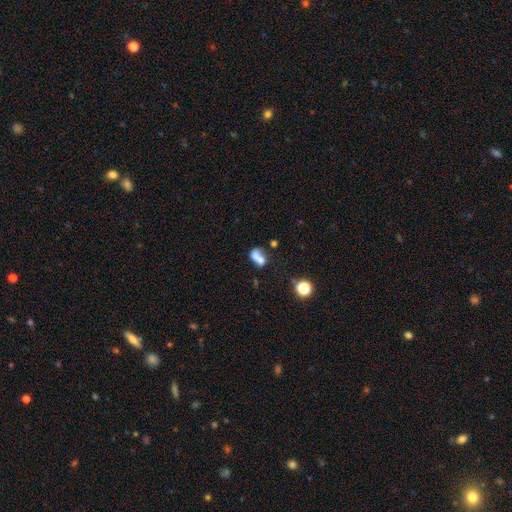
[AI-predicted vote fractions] smooth_or_featured: smooth (p=0.66) [alt: featured or disk p=0.21]
how_rounded: in between (p=0.73) [alt: round p=0.19]
merging: merger (p=0.38) [alt: none p=0.31]